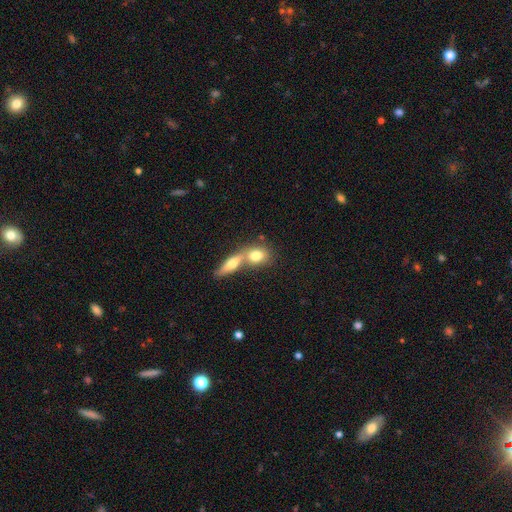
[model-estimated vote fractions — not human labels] Smooth or featured?
  - smooth: 74% *
  - featured or disk: 19%
  - star or artifact: 7%
How rounded?
  - in between: 57% *
  - round: 35%
  - cigar-shaped: 8%
Merging?
  - merger: 57% *
  - none: 33%
  - minor disturbance: 7%
  - major disturbance: 3%